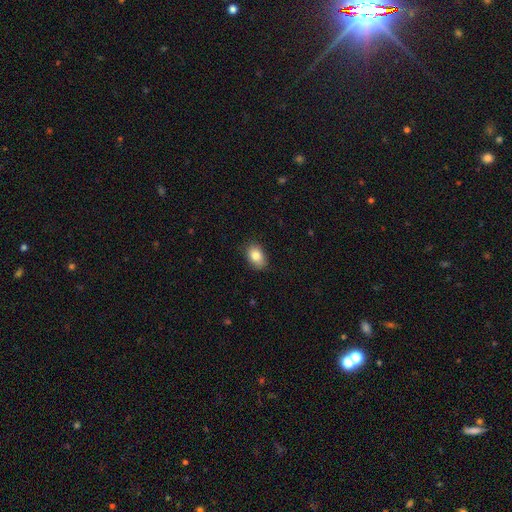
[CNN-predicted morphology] smooth-or-featured: smooth: 84% | featured or disk: 8% | star or artifact: 8%
  how-rounded: in between: 84% | round: 15% | cigar-shaped: 1%
  merging: none: 82% | minor disturbance: 14% | major disturbance: 3% | merger: 1%